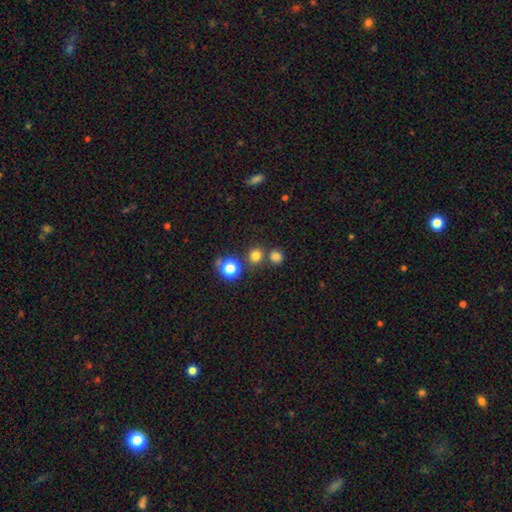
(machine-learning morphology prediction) Overall: smooth (76%). How rounded: round (87%). Merging: none (75%).